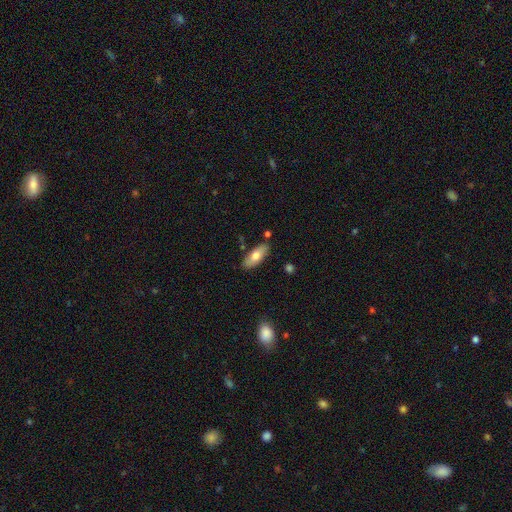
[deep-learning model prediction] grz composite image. It shows a smooth galaxy with no disk features (73%) that is in between round and cigar-shaped (79%). Merging: none (83%).